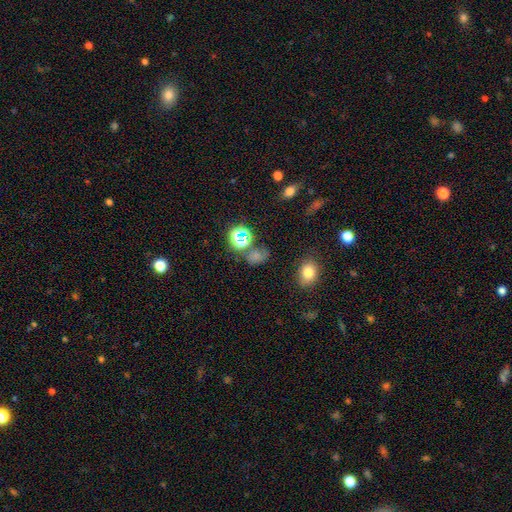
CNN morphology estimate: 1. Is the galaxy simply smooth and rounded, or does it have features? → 56% smooth, 34% star or artifact, 10% featured or disk.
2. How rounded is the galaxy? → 54% in between, 44% round, 2% cigar-shaped.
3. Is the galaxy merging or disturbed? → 58% none, 18% minor disturbance, 13% merger, 11% major disturbance.